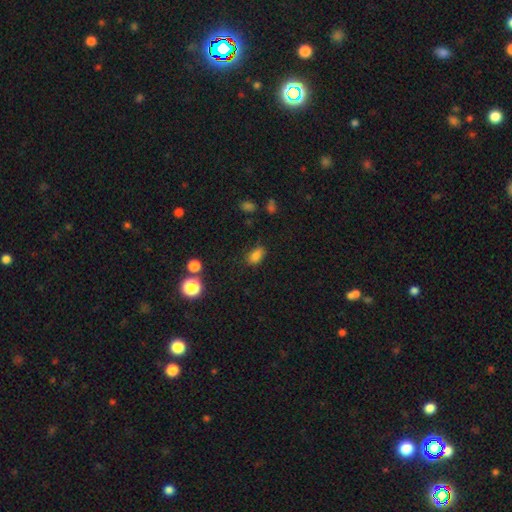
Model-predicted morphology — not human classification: This appears to be a smooth galaxy with no disk features (81%) that is in between round and cigar-shaped (84%). Merging: none (74%).